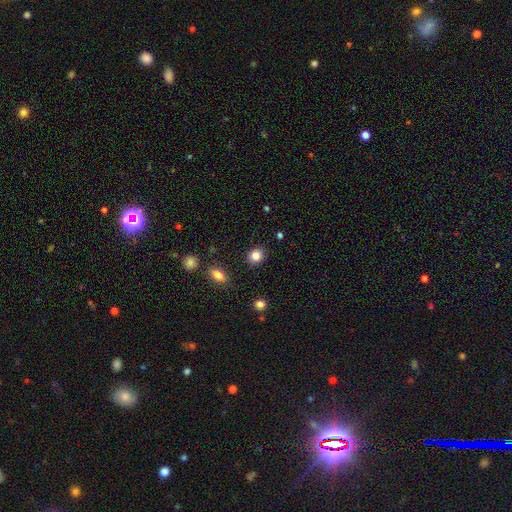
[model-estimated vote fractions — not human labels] smooth 84%, star or artifact 10%, featured or disk 5%. Down the decision tree: how rounded — round (74%); merging — none (89%).